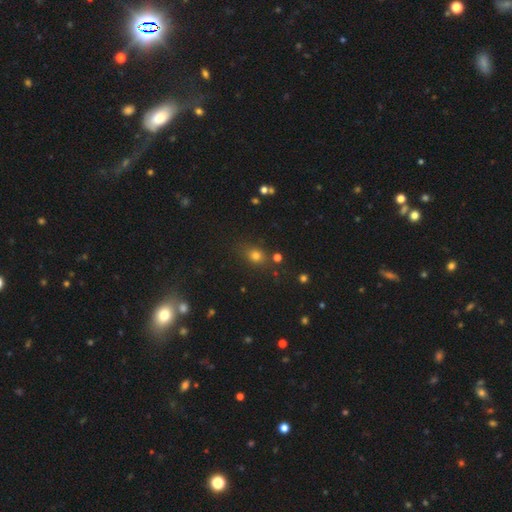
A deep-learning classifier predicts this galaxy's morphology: This appears to be a smooth galaxy with no disk features (73%) that is round (54%). Merging: none (75%).